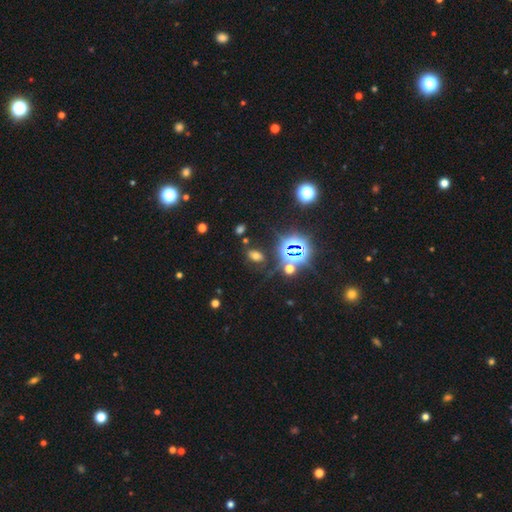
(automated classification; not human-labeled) Morphology: type=smooth (50%); merging=none (79%).